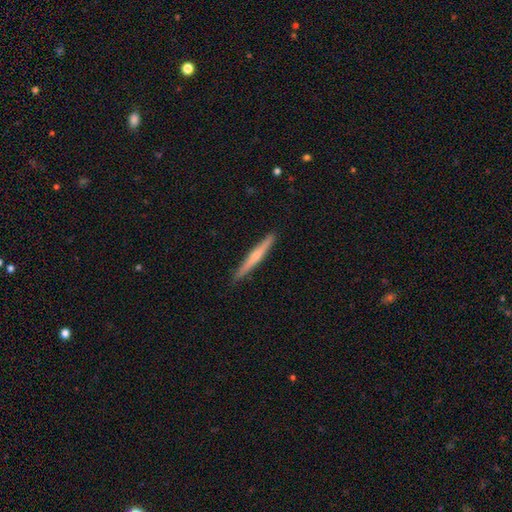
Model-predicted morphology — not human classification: This is possibly a smooth galaxy (49%). Merging: clearly none (91%).